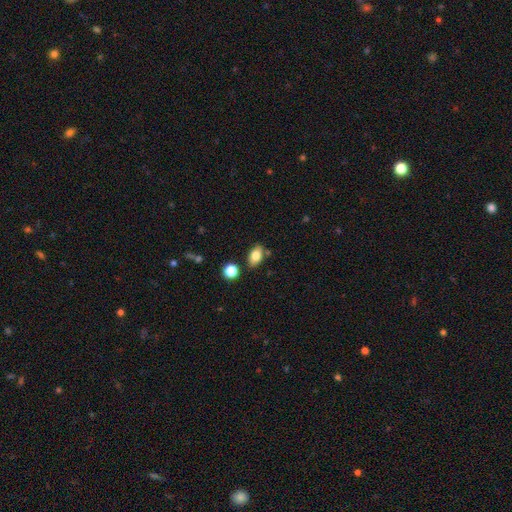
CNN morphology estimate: type=smooth (79%); roundness=in between (86%); merging=none (79%).